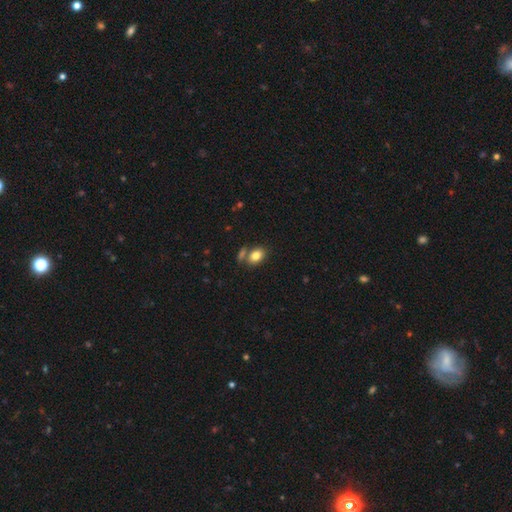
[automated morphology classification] This appears to be a smooth galaxy with no disk features (82%) that is in between round and cigar-shaped (79%). Merging: none (63%).